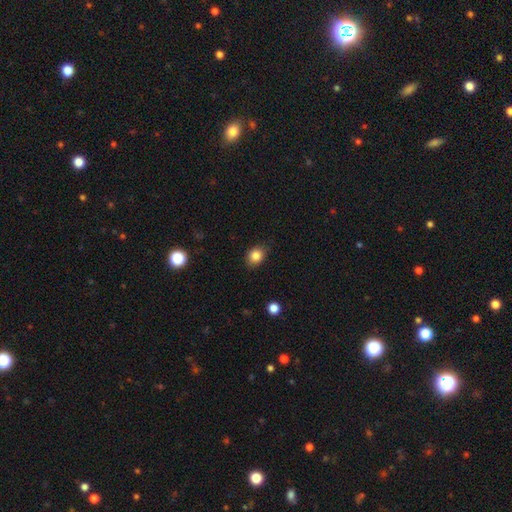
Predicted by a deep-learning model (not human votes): Q: Smooth or featured?
A: smooth (84%); runner-up: star or artifact (10%)
Q: How rounded?
A: in between (50%); runner-up: round (49%)
Q: Merging?
A: none (81%); runner-up: minor disturbance (15%)